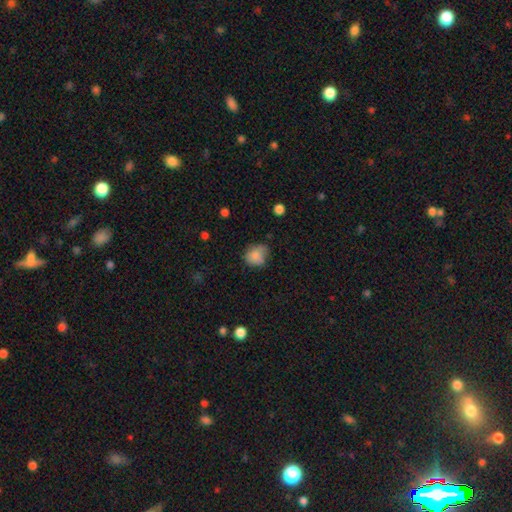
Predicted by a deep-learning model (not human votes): Q: Smooth or featured?
A: smooth (80%); runner-up: featured or disk (11%)
Q: How rounded?
A: round (68%); runner-up: in between (31%)
Q: Merging?
A: none (54%); runner-up: minor disturbance (34%)